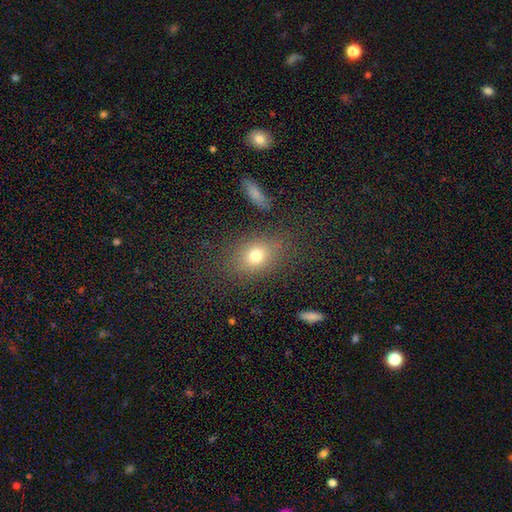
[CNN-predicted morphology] Smooth or featured? Predicted: smooth (p=0.75). How rounded? Predicted: in between (p=0.60). Merging? Predicted: none (p=0.78).